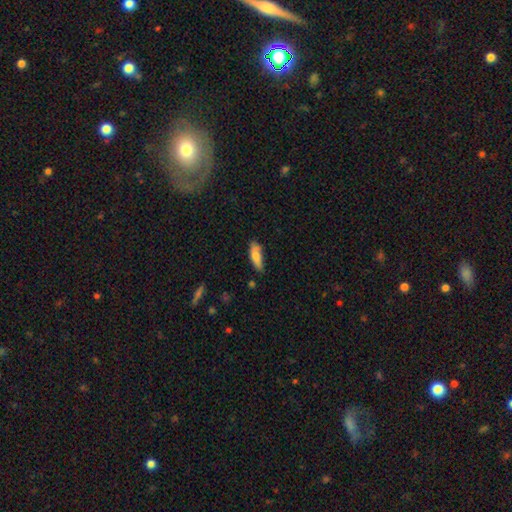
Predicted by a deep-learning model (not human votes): This is likely a smooth galaxy (77%). How rounded: possibly in between (53%). Merging: likely none (73%).